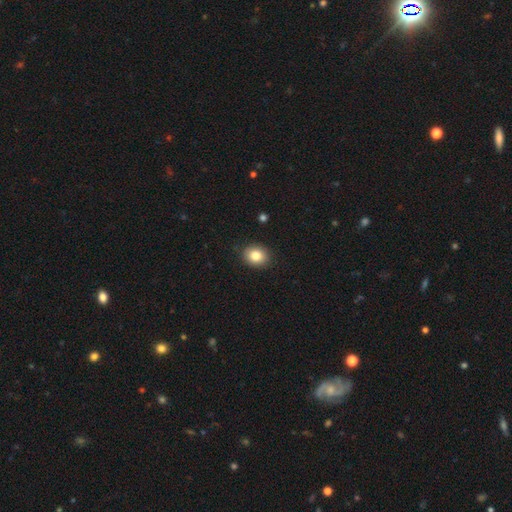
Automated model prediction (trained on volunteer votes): This is clearly a smooth galaxy (84%). How rounded: possibly round (53%). Merging: clearly none (89%).